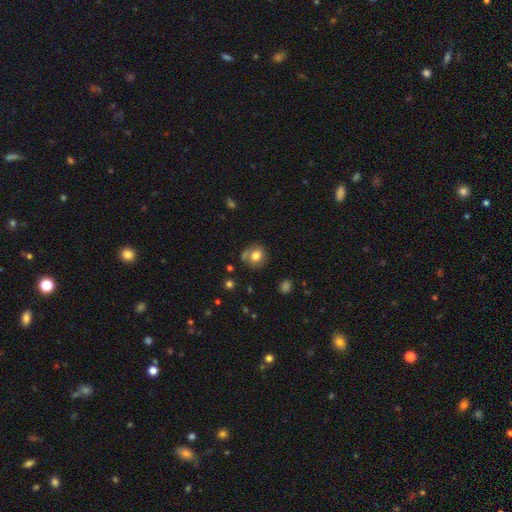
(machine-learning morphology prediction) This appears to be a smooth galaxy with no disk features (76%) that is round (82%). Merging: none (70%).